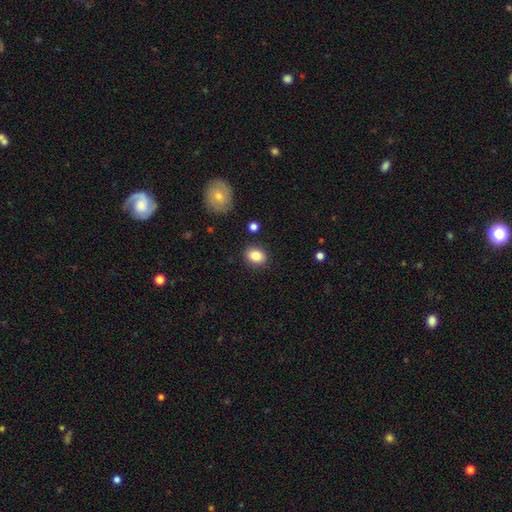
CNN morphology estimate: type=smooth (85%); roundness=in between (60%); merging=none (86%).